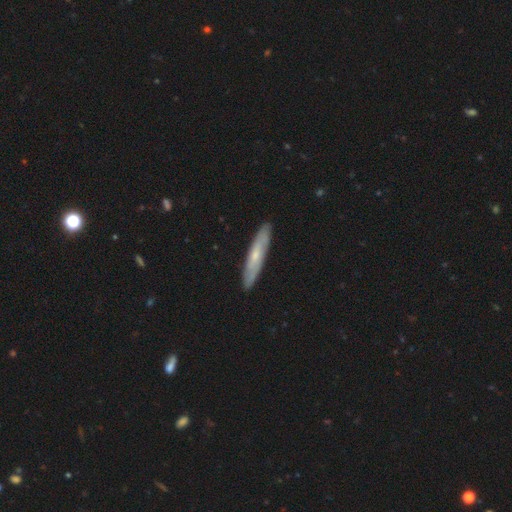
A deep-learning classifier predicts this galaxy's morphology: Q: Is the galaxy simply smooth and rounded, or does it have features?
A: featured or disk — 50%.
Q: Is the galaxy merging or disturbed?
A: none — 89%.